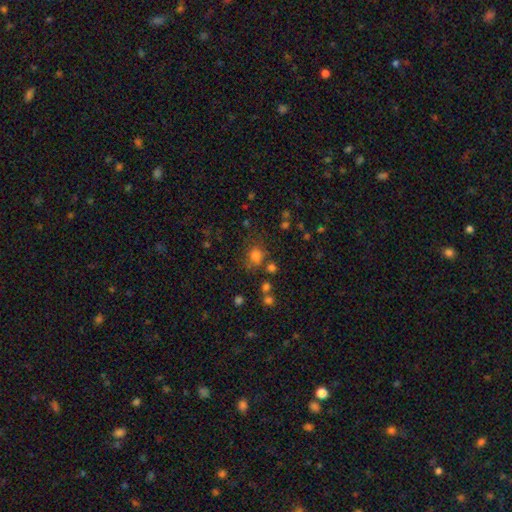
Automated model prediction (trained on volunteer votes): A smooth galaxy with no disk features (74%) that is round (60%). Merging: none (62%).